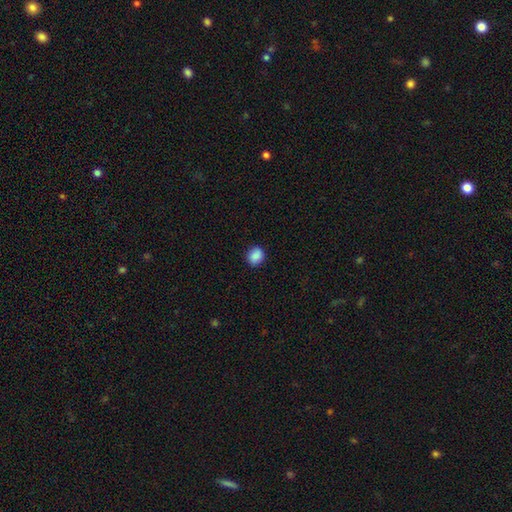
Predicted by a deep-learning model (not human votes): This is clearly a smooth galaxy (88%). How rounded: likely round (75%). Merging: clearly none (89%).